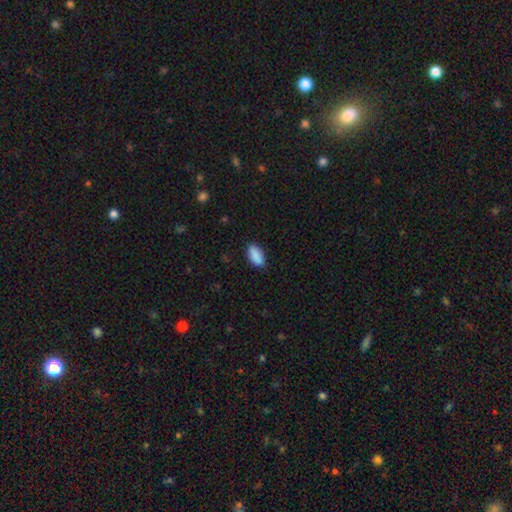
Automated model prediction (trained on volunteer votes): The model was most divided on "merging": none: 87%, minor disturbance: 10%, major disturbance: 2%, merger: 1%. More confident: how rounded — in between (90%); smooth or featured — smooth (90%).